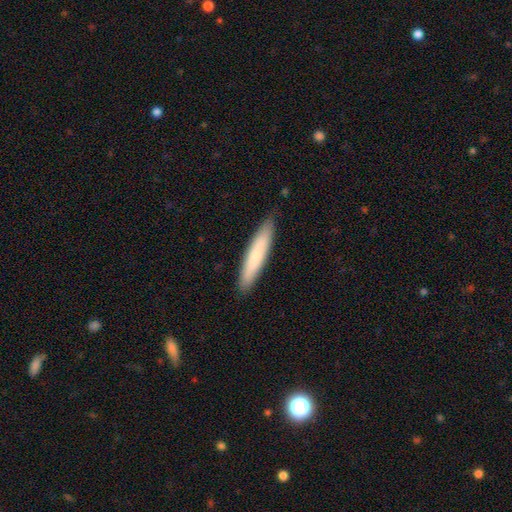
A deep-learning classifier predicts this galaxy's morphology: A smooth galaxy with no disk features (76%) that is cigar-shaped (88%).

Vote fractions:
- Smooth or featured? smooth: 76% / featured or disk: 18% / star or artifact: 6%
- How rounded? cigar-shaped: 88% / in between: 11% / round: 1%
- Merging? none: 88% / minor disturbance: 9% / major disturbance: 2% / merger: 1%